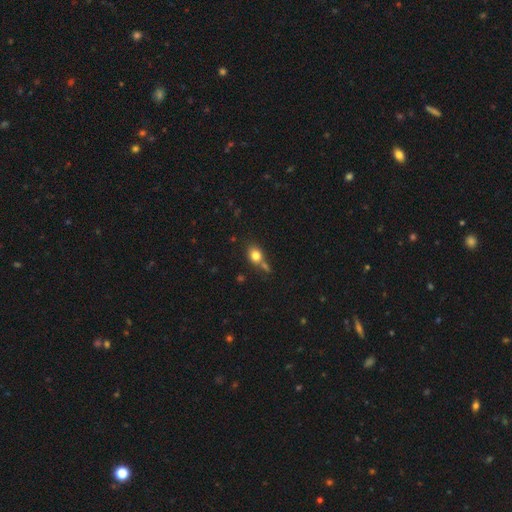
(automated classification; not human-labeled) smooth 79%, star or artifact 11%, featured or disk 10%. Down the decision tree: how rounded — round (51%); merging — none (54%).